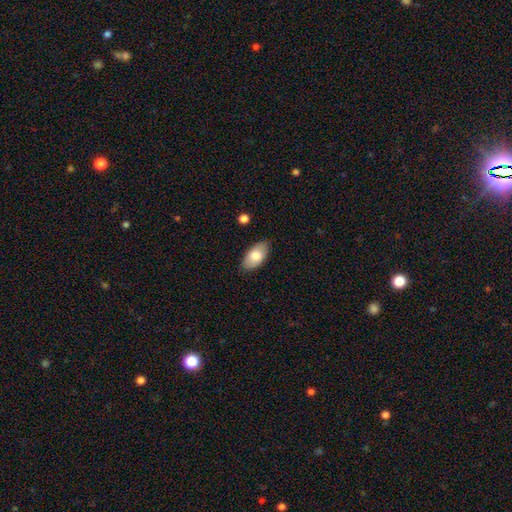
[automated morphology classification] Q: Smooth or featured?
A: smooth (78%); runner-up: featured or disk (15%)
Q: How rounded?
A: in between (94%); runner-up: round (3%)
Q: Merging?
A: none (85%); runner-up: minor disturbance (11%)